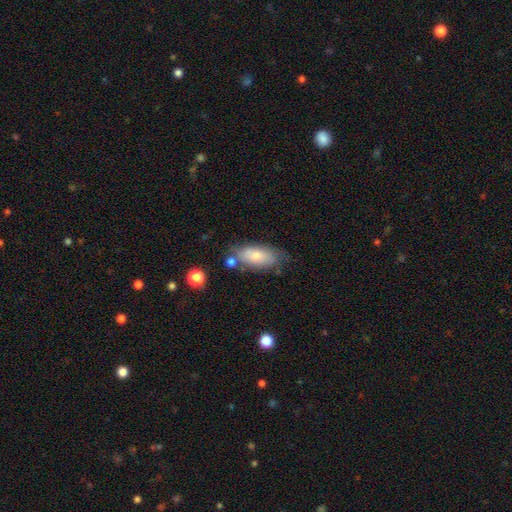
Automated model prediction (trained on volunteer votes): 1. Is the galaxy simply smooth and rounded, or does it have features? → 71% smooth, 22% featured or disk, 7% star or artifact.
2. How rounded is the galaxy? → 86% in between, 11% cigar-shaped, 3% round.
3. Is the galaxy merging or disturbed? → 60% none, 23% minor disturbance, 11% merger, 6% major disturbance.